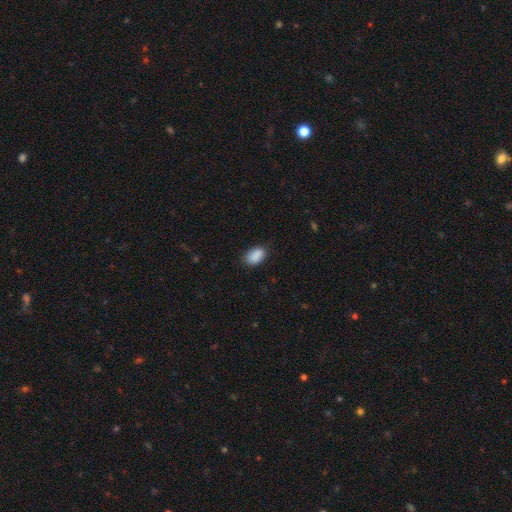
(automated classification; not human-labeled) Smooth or featured? Predicted: smooth (p=0.89). How rounded? Predicted: in between (p=0.90). Merging? Predicted: none (p=0.78).